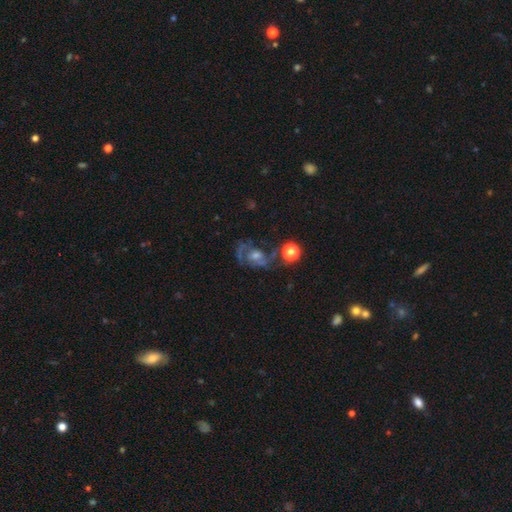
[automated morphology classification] smooth_or_featured: featured or disk (p=0.67) [alt: smooth p=0.18]
disk_edge_on: no (p=0.97) [alt: yes p=0.03]
bar: no (p=0.65) [alt: weak p=0.29]
has_spiral_arms: yes (p=0.78) [alt: no p=0.22]
spiral_winding: medium (p=0.50) [alt: loose p=0.26]
spiral_arm_count: 2 (p=0.61) [alt: can't tell p=0.20]
bulge_size: moderate (p=0.49) [alt: small p=0.30]
merging: none (p=0.47) [alt: major disturbance p=0.25]